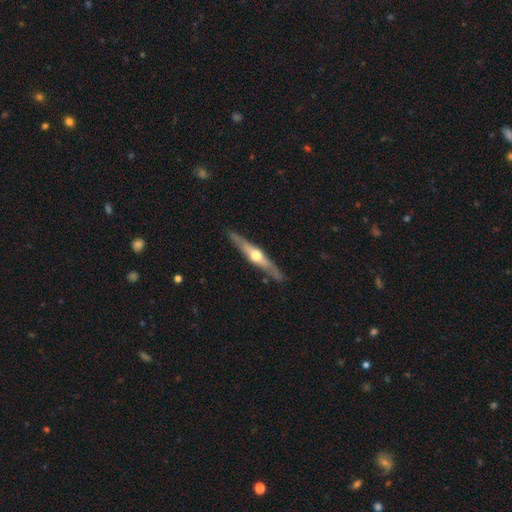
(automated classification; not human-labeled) A featured or disk galaxy (70%) viewed edge-on (95%) with a rounded central bulge (93%). Merging: none (88%).